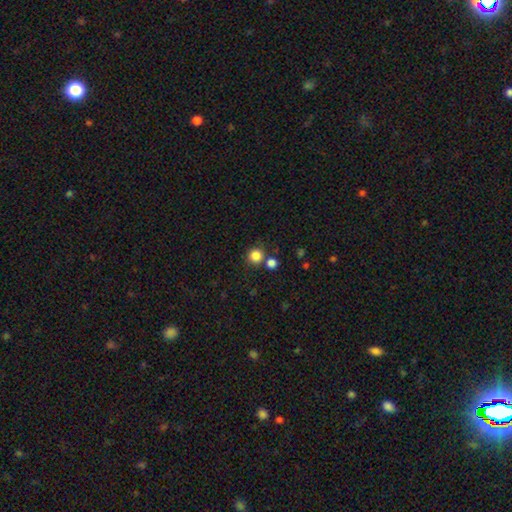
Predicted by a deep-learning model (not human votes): Smooth or featured: smooth — 84% (star or artifact — 12%)
How rounded: round — 93% (in between — 6%)
Merging: none — 73% (merger — 17%)